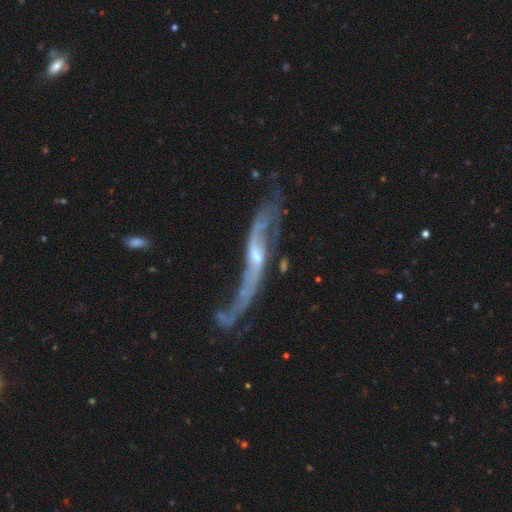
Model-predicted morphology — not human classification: Overall: featured or disk (84%). Edge-on disk: no (73%). Bar: weak (42%; no 39%). Spiral arms: yes (88%). Spiral arm count: 2 (84%). Spiral winding: loose (85%). Bulge size: small (57%; moderate 31%). Merging: none (38%; major disturbance 29%).